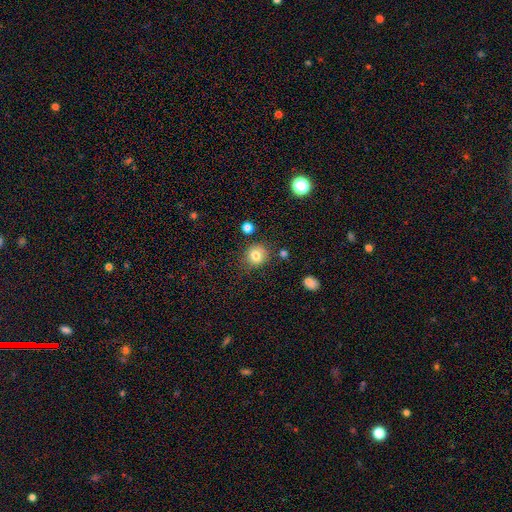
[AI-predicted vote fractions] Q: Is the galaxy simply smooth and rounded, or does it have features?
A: smooth — 80%.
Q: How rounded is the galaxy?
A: round — 83%.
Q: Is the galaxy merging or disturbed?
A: none — 76%.